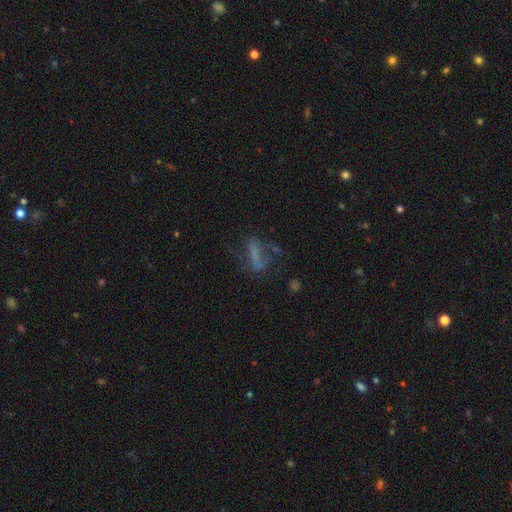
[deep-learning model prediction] Smooth or featured? Predicted: smooth (p=0.43). Merging? Predicted: none (p=0.40).